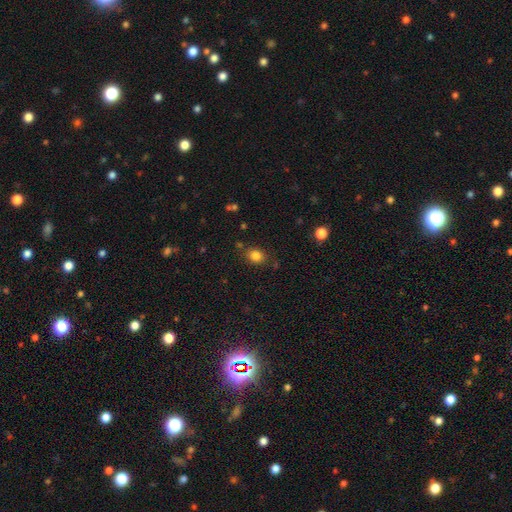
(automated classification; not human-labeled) A smooth galaxy with no disk features (82%) that is round (58%).

Vote fractions:
- Smooth or featured? smooth: 82% / star or artifact: 12% / featured or disk: 6%
- How rounded? round: 58% / in between: 41% / cigar-shaped: 1%
- Merging? none: 80% / minor disturbance: 12% / merger: 4% / major disturbance: 4%